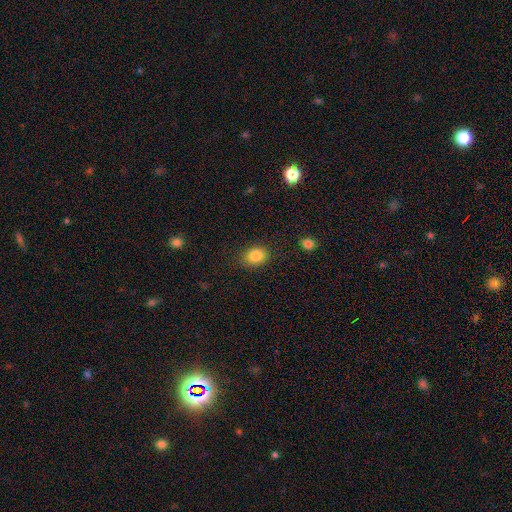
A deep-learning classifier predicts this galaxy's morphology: Smooth or featured?
  - smooth: 85% *
  - star or artifact: 10%
  - featured or disk: 6%
How rounded?
  - in between: 56% *
  - round: 43%
  - cigar-shaped: 1%
Merging?
  - none: 84% *
  - minor disturbance: 12%
  - major disturbance: 3%
  - merger: 2%